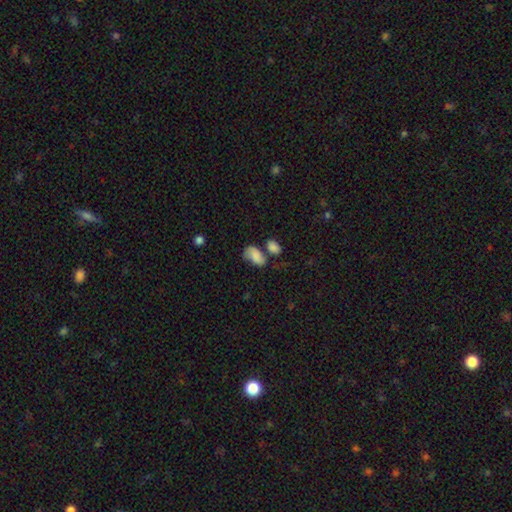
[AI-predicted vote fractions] Morphology: type=smooth (74%); roundness=in between (90%); merging=none (33%).